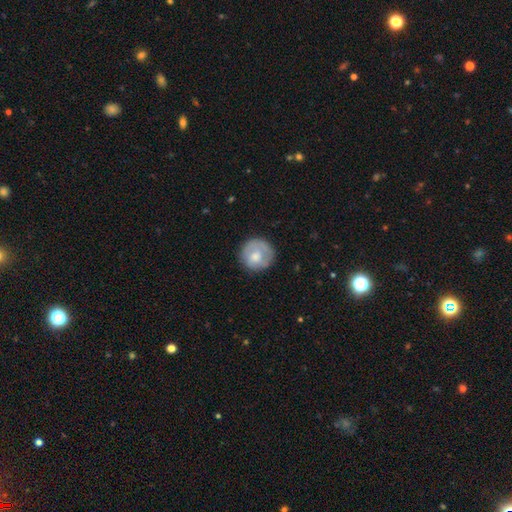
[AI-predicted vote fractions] Morphology: type=smooth (60%); roundness=round (92%); merging=none (76%).